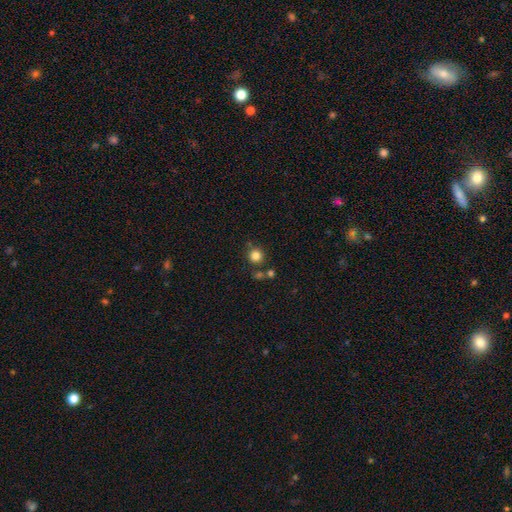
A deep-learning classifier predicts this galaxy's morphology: Smooth or featured? Predicted: smooth (p=0.82). How rounded? Predicted: round (p=0.93). Merging? Predicted: none (p=0.76).